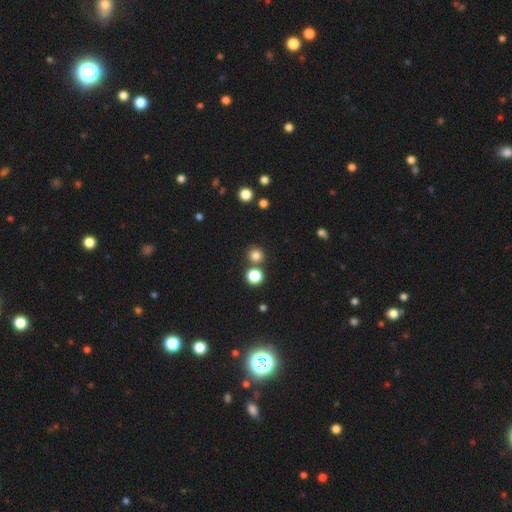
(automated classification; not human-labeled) This appears to be a smooth galaxy with no disk features (81%) that is round (89%). Merging: none (74%).